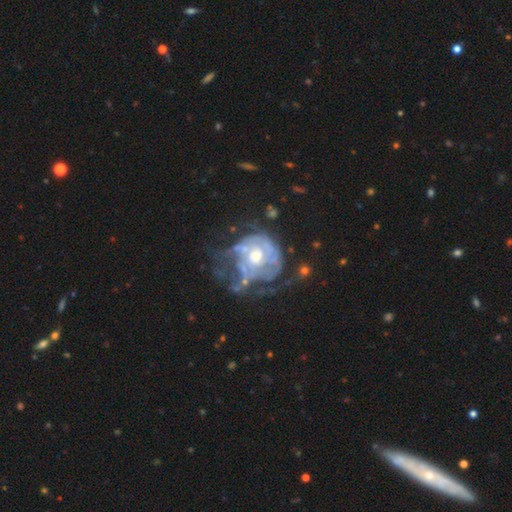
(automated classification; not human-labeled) smooth_or_featured: featured or disk (p=0.78) [alt: smooth p=0.14]
disk_edge_on: no (p=0.97) [alt: yes p=0.03]
bar: no (p=0.80) [alt: weak p=0.16]
has_spiral_arms: yes (p=0.63) [alt: no p=0.37]
bulge_size: moderate (p=0.62) [alt: small p=0.25]
merging: none (p=0.37) [alt: major disturbance p=0.35]